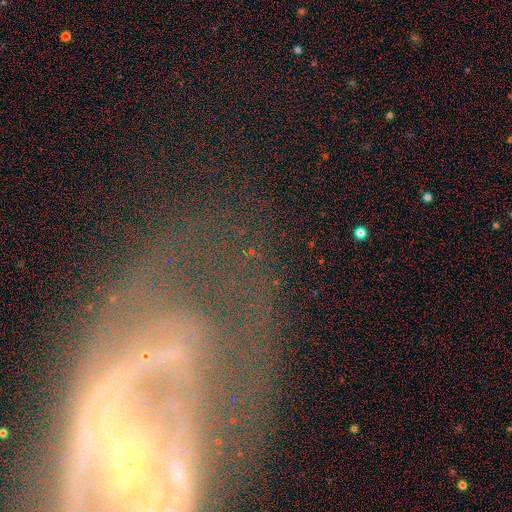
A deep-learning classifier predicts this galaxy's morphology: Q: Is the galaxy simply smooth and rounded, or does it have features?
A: featured or disk — 71%.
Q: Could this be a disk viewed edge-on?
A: no — 90%.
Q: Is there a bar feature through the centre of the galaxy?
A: no — 43%.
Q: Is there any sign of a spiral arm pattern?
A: yes — 69%.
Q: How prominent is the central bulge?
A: small — 59%.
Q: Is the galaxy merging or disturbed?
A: none — 53%.